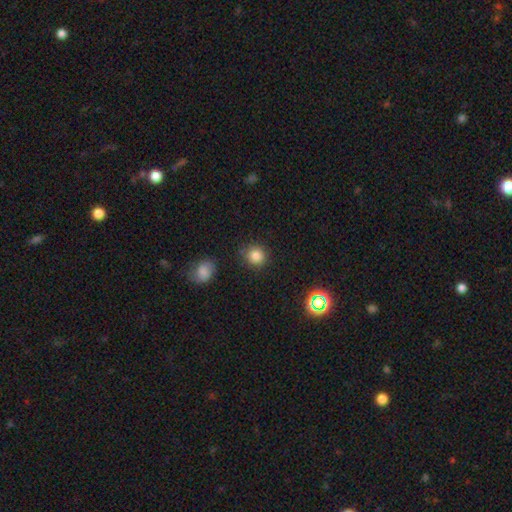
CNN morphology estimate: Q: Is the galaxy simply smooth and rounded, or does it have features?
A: smooth — 83%.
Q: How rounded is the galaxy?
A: round — 90%.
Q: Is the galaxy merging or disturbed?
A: none — 84%.